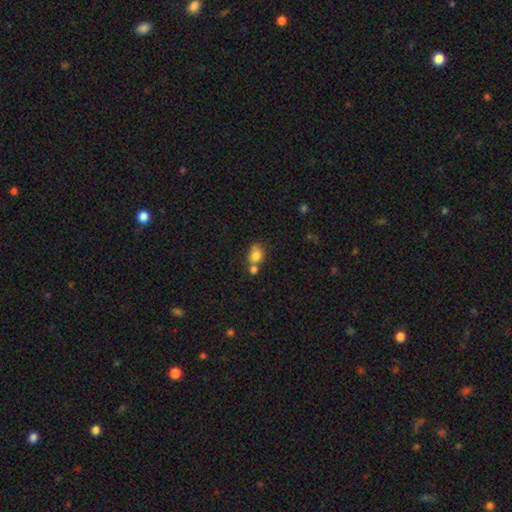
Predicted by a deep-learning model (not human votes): Smooth or featured: smooth — 79% (star or artifact — 10%)
How rounded: round — 56% (in between — 43%)
Merging: none — 44% (merger — 37%)